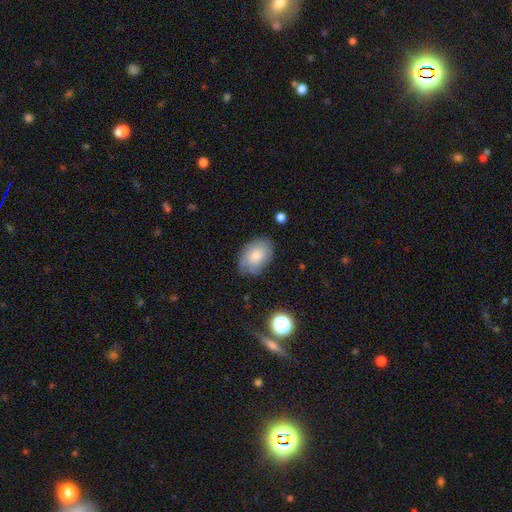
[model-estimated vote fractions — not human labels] Smooth or featured?
  - smooth: 67% *
  - featured or disk: 25%
  - star or artifact: 8%
How rounded?
  - in between: 86% *
  - round: 13%
  - cigar-shaped: 1%
Merging?
  - none: 70% *
  - minor disturbance: 23%
  - major disturbance: 6%
  - merger: 2%